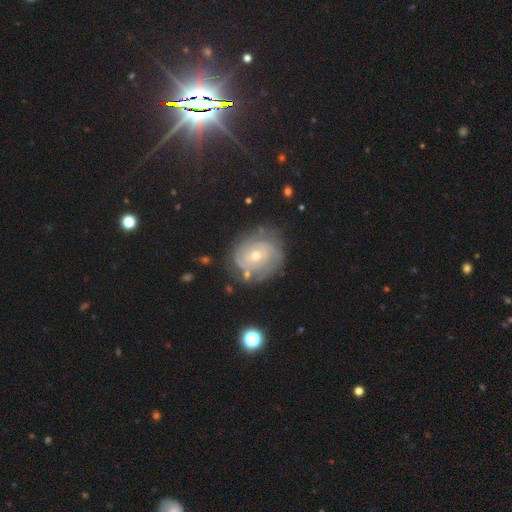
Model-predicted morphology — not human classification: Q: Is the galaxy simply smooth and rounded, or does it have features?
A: featured or disk — 78%.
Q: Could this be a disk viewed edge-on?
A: no — 97%.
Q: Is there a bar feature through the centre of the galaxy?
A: no — 70%.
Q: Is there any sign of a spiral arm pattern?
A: yes — 91%.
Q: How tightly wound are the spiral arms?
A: tight — 72%.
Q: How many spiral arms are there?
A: can't tell — 40%.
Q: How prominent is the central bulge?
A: moderate — 49%.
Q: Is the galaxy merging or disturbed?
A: none — 73%.